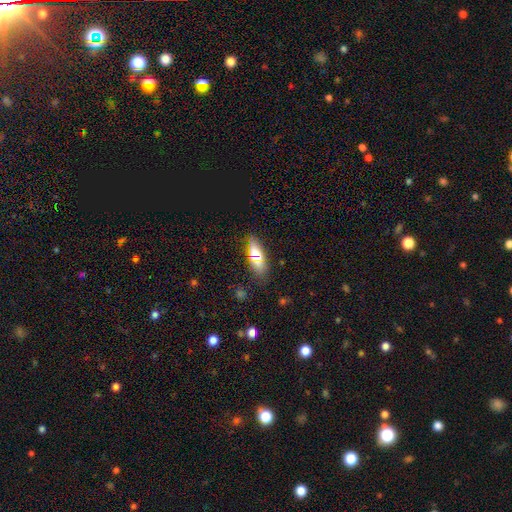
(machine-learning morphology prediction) This appears to be a smooth galaxy with no disk features (66%) that is in between round and cigar-shaped (72%). Merging: none (84%).